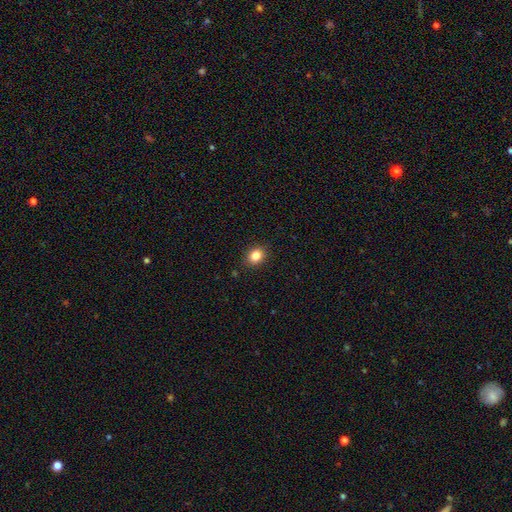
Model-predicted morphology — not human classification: Smooth or featured: smooth — 84% (star or artifact — 11%)
How rounded: round — 54% (in between — 45%)
Merging: none — 89% (minor disturbance — 8%)